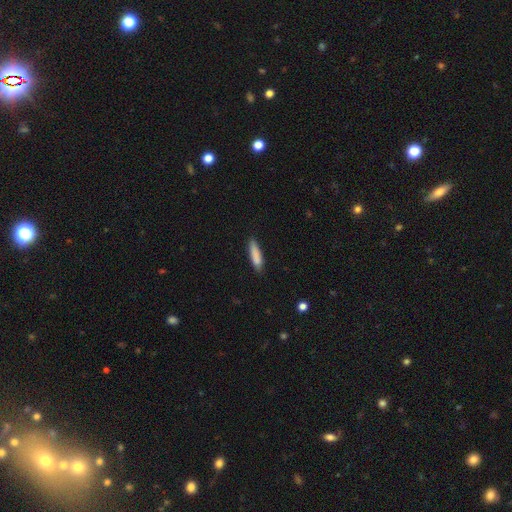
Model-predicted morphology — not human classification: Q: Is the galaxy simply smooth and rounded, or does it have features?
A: smooth — 85%.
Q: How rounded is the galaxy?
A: cigar-shaped — 74%.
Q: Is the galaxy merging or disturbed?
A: none — 83%.